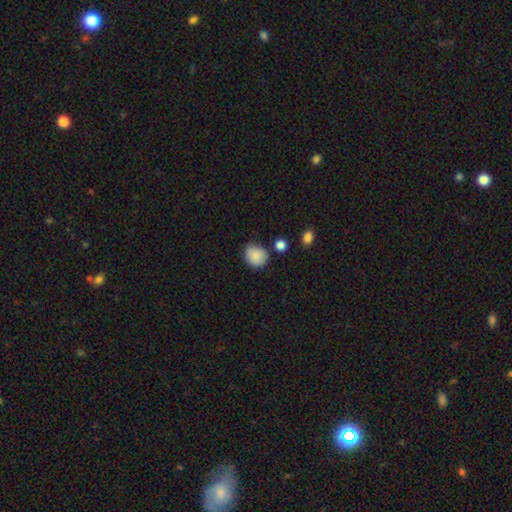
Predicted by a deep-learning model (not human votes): Smooth or featured: smooth — 85% (star or artifact — 8%)
How rounded: round — 78% (in between — 21%)
Merging: none — 69% (minor disturbance — 21%)